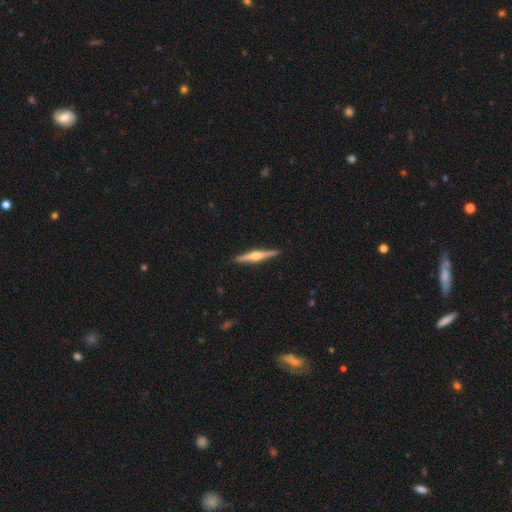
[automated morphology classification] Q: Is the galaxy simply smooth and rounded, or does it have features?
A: featured or disk — 76%.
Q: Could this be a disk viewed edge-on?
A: yes — 98%.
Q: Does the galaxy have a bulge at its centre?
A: rounded — 91%.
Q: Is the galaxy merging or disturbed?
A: none — 92%.